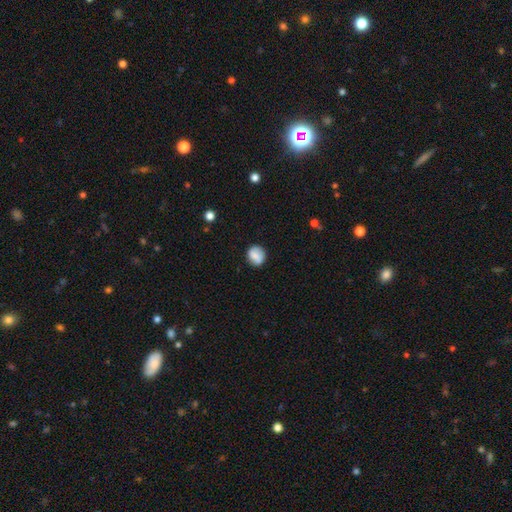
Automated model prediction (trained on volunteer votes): This appears to be a smooth galaxy with no disk features (78%) that is round (76%). Merging: none (79%).